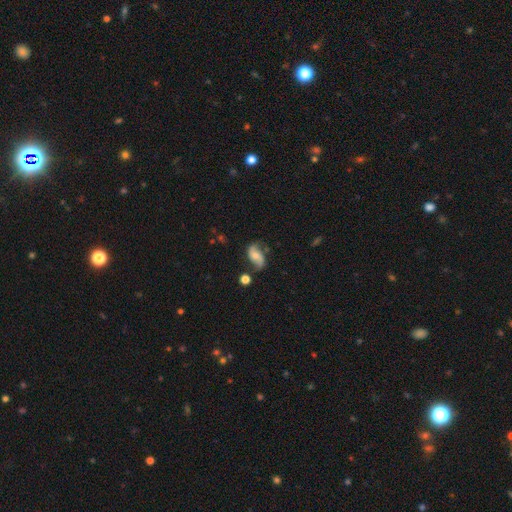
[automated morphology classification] Smooth or featured? featured or disk (73%)
Edge-on disk? no (96%)
Bar? no (57%)
Spiral arms? yes (92%)
Spiral winding? loose (59%)
Spiral arm count? 2 (89%)
Bulge size? moderate (50%)
Merging? none (64%)